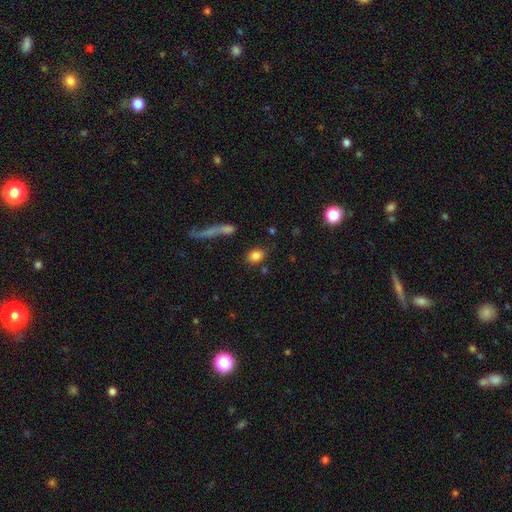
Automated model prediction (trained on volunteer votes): The model was most divided on "how rounded": in between: 70%, round: 27%, cigar-shaped: 3%. More confident: smooth or featured — smooth (84%); merging — none (76%).